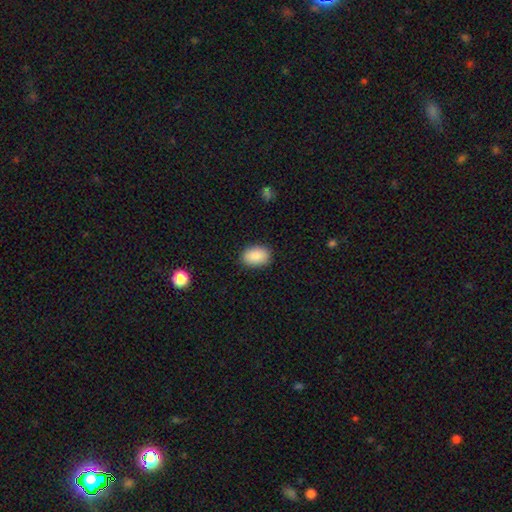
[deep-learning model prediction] Morphology: type=smooth (89%); roundness=in between (85%); merging=none (86%).